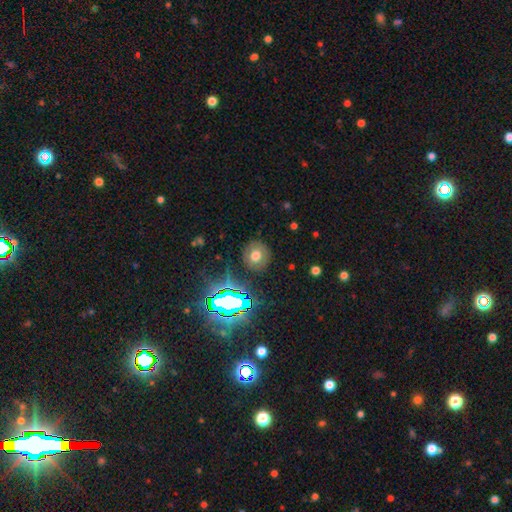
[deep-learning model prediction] Morphology: type=smooth (62%); roundness=round (84%); merging=none (85%).